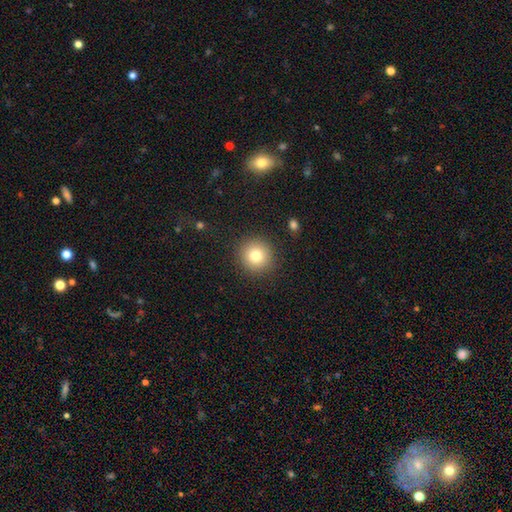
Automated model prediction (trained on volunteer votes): Q: Smooth or featured?
A: smooth (80%); runner-up: star or artifact (11%)
Q: How rounded?
A: round (95%); runner-up: in between (4%)
Q: Merging?
A: none (90%); runner-up: minor disturbance (6%)